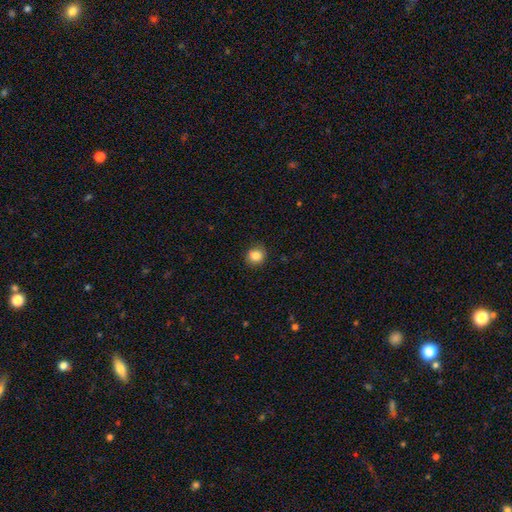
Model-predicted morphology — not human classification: smooth 85%, star or artifact 10%, featured or disk 5%. Down the decision tree: how rounded — round (89%); merging — none (89%).